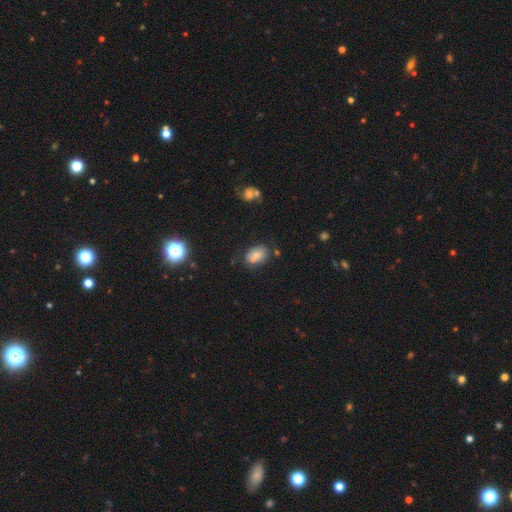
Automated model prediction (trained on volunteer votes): Smooth or featured?
  - smooth: 71% *
  - featured or disk: 16%
  - star or artifact: 13%
How rounded?
  - in between: 84% *
  - round: 15%
  - cigar-shaped: 2%
Merging?
  - none: 57% *
  - minor disturbance: 20%
  - merger: 17%
  - major disturbance: 7%